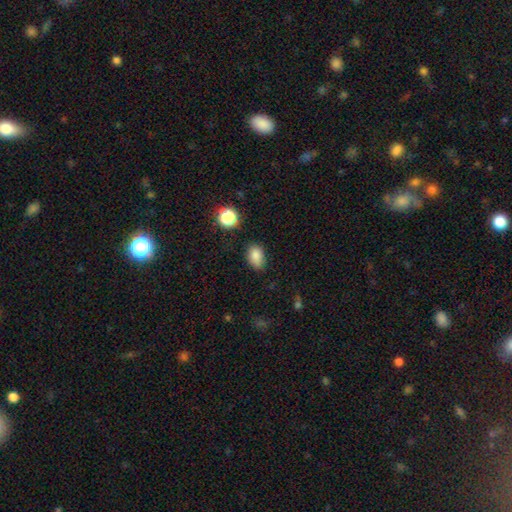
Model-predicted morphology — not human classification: Smooth or featured?
  - smooth: 85% *
  - star or artifact: 11%
  - featured or disk: 5%
How rounded?
  - in between: 83% *
  - round: 16%
  - cigar-shaped: 1%
Merging?
  - none: 79% *
  - minor disturbance: 15%
  - major disturbance: 3%
  - merger: 2%